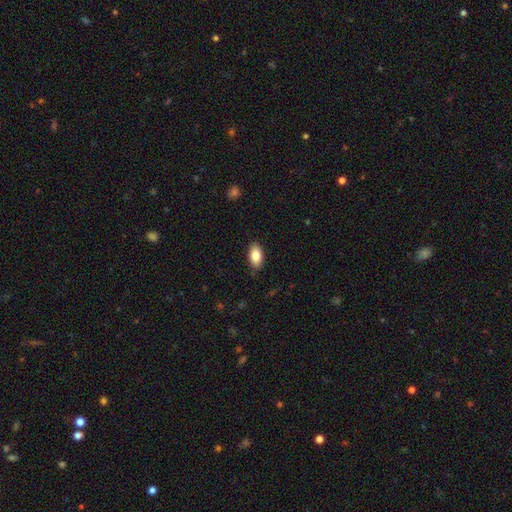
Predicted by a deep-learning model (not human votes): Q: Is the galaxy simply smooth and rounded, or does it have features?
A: smooth — 84%.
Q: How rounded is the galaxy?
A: in between — 93%.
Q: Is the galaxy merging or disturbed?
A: none — 88%.